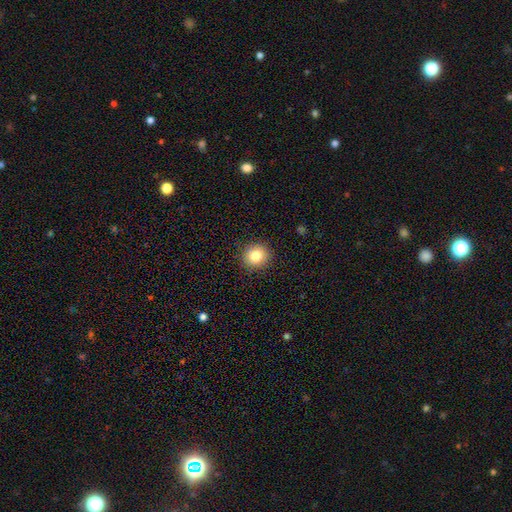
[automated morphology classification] type=smooth (82%); roundness=round (87%); merging=none (90%).